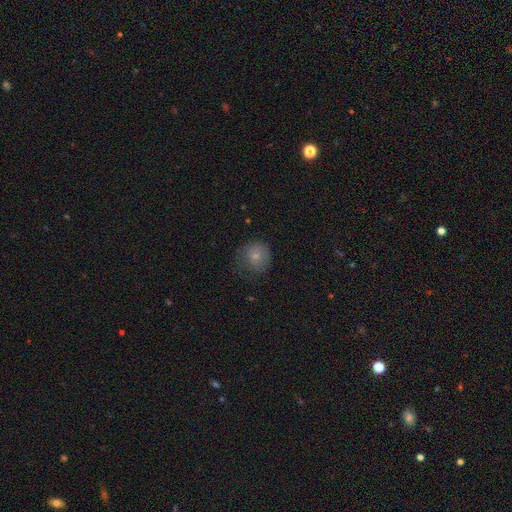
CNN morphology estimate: Smooth or featured? smooth (74%)
How rounded? round (82%)
Merging? none (54%)